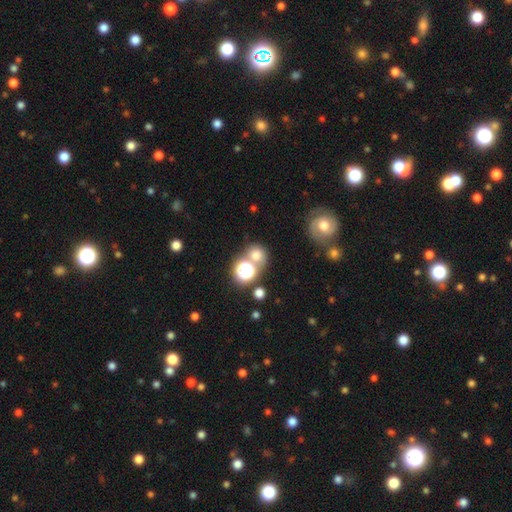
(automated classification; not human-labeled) A smooth galaxy with no disk features (68%) that is round (80%). Merging: none (57%).